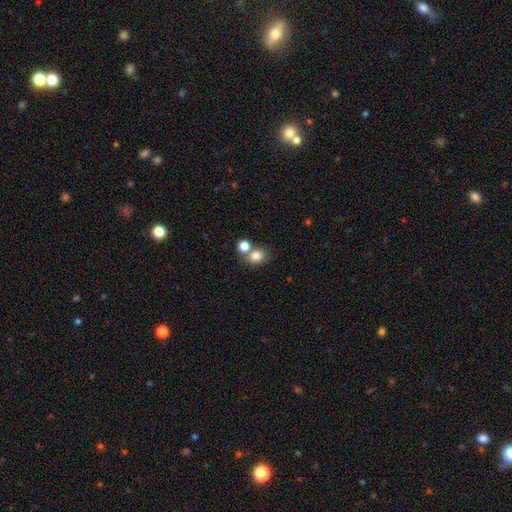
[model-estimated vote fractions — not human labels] smooth-or-featured: smooth: 81% | star or artifact: 11% | featured or disk: 7%
  how-rounded: round: 58% | in between: 41% | cigar-shaped: 1%
  merging: none: 53% | merger: 34% | minor disturbance: 9% | major disturbance: 4%